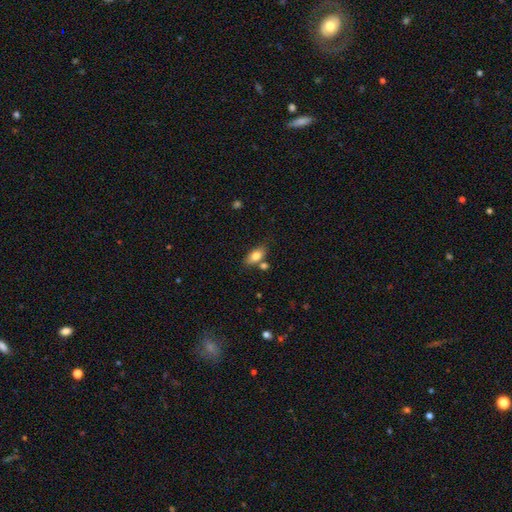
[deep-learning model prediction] The model was most divided on "merging": none: 68%, minor disturbance: 14%, merger: 14%, major disturbance: 3%. More confident: how rounded — in between (87%); smooth or featured — smooth (77%).